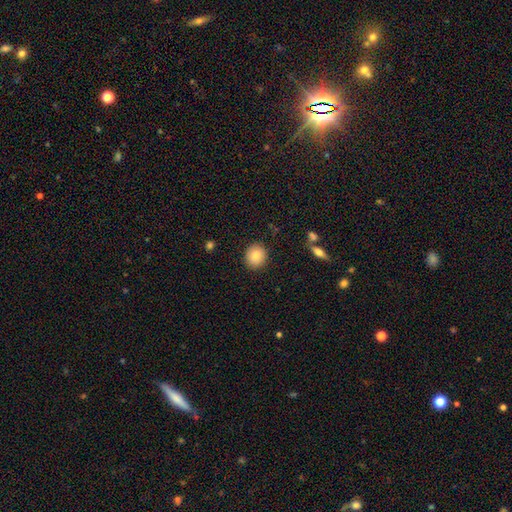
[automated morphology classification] A smooth galaxy with no disk features (85%) that is round (82%). Merging: none (90%).